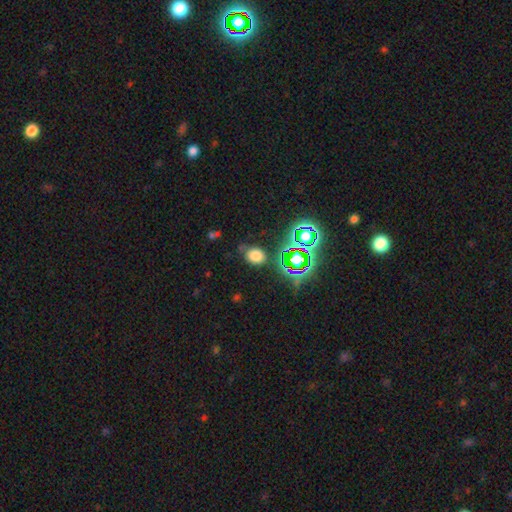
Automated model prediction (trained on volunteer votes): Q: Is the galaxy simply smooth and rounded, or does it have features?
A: smooth — 67%.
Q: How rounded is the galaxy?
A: in between — 52%.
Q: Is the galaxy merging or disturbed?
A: none — 71%.